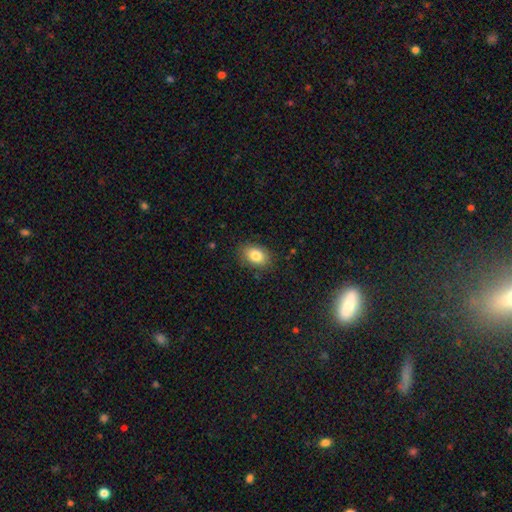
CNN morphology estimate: smooth_or_featured: smooth (p=0.83) [alt: featured or disk p=0.09]
how_rounded: in between (p=0.83) [alt: round p=0.15]
merging: none (p=0.86) [alt: minor disturbance p=0.11]